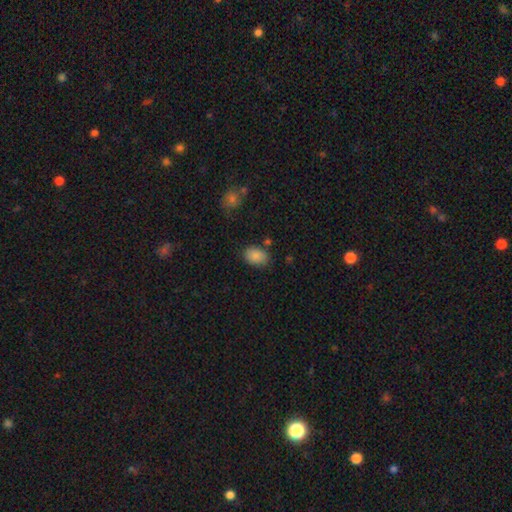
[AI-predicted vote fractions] A smooth galaxy with no disk features (87%) that is in between round and cigar-shaped (82%). Merging: none (78%).